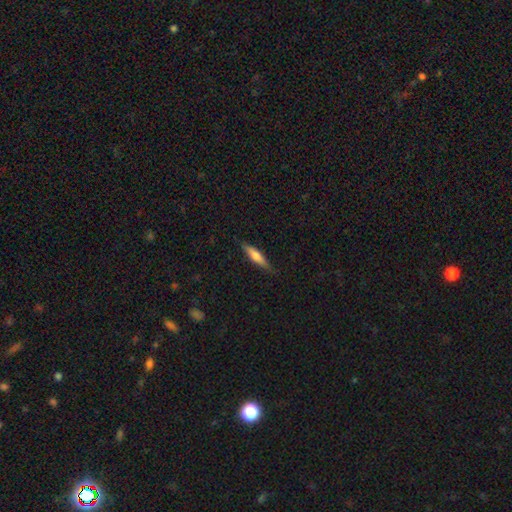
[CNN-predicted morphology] Smooth or featured? Predicted: smooth (p=0.53). How rounded? Predicted: cigar-shaped (p=0.81). Merging? Predicted: none (p=0.85).